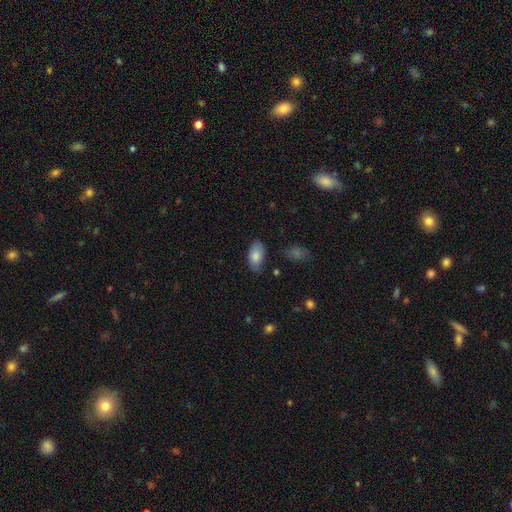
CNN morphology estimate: This is clearly a smooth galaxy (83%). How rounded: clearly in between (94%). Merging: likely none (77%).